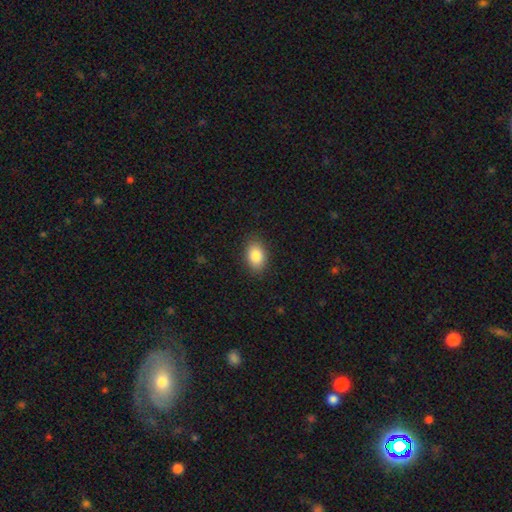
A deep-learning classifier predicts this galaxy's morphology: A smooth galaxy with no disk features (85%) that is in between round and cigar-shaped (87%). Merging: none (87%).